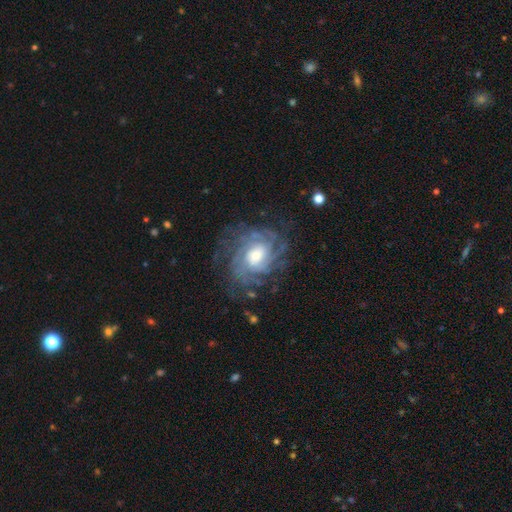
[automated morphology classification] smooth_or_featured: featured or disk (p=0.86) [alt: smooth p=0.08]
disk_edge_on: no (p=0.97) [alt: yes p=0.03]
bar: no (p=0.60) [alt: weak p=0.33]
has_spiral_arms: yes (p=0.95) [alt: no p=0.05]
spiral_winding: tight (p=0.65) [alt: medium p=0.27]
spiral_arm_count: can't tell (p=0.38) [alt: 4 p=0.19]
bulge_size: moderate (p=0.57) [alt: large p=0.22]
merging: none (p=0.73) [alt: minor disturbance p=0.16]